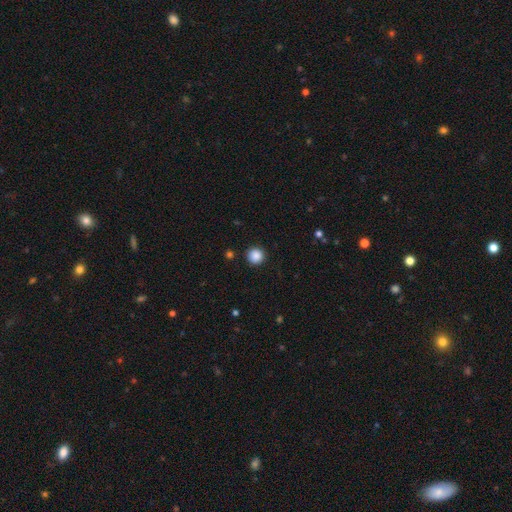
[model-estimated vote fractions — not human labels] A smooth galaxy with no disk features (87%) that is round (95%).

Vote fractions:
- Smooth or featured? smooth: 87% / star or artifact: 10% / featured or disk: 3%
- How rounded? round: 95% / in between: 4% / cigar-shaped: 1%
- Merging? none: 91% / minor disturbance: 5% / major disturbance: 2% / merger: 1%